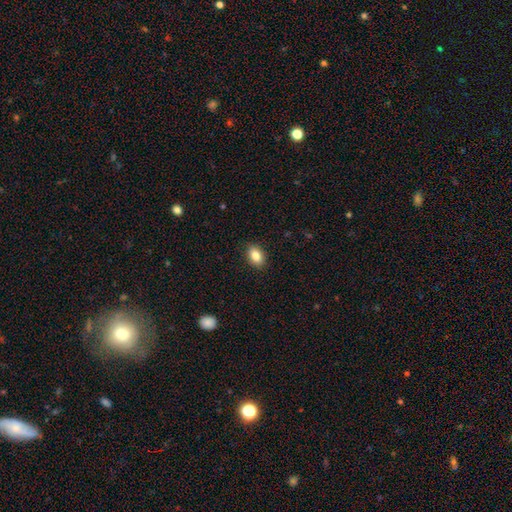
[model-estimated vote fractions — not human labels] Smooth or featured: smooth — 85% (star or artifact — 8%)
How rounded: in between — 82% (round — 16%)
Merging: none — 89% (minor disturbance — 8%)